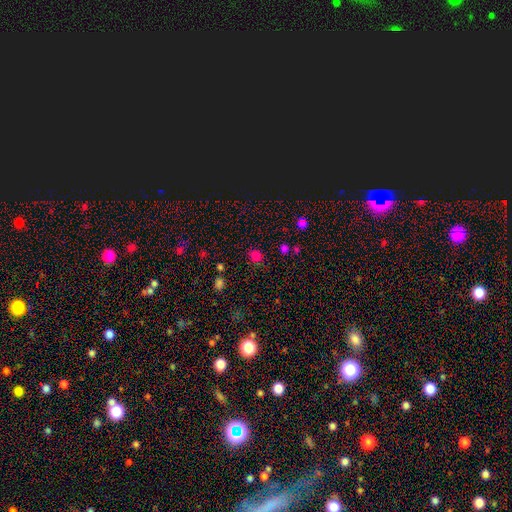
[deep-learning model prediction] Smooth or featured: smooth — 76% (star or artifact — 20%)
How rounded: round — 77% (in between — 22%)
Merging: none — 85% (minor disturbance — 10%)